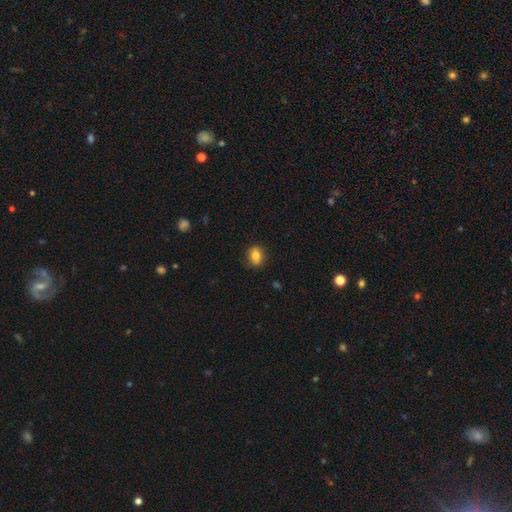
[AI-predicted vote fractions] A smooth galaxy with no disk features (81%) that is in between round and cigar-shaped (51%).

Vote fractions:
- Smooth or featured? smooth: 81% / featured or disk: 10% / star or artifact: 9%
- How rounded? in between: 51% / round: 48% / cigar-shaped: 2%
- Merging? none: 87% / minor disturbance: 10% / major disturbance: 2% / merger: 1%